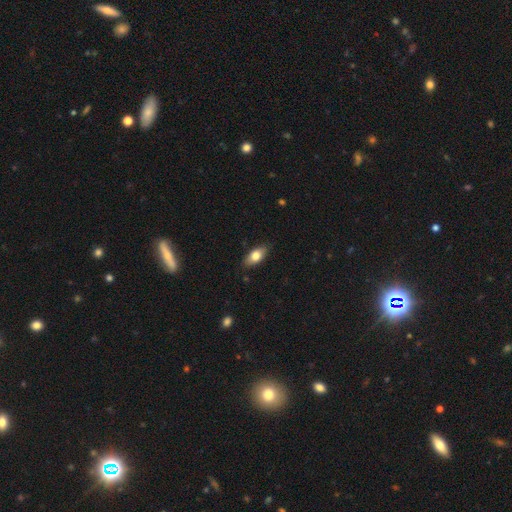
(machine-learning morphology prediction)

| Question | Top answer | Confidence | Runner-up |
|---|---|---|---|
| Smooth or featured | smooth | 75% | featured or disk (19%) |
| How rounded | in between | 86% | cigar-shaped (10%) |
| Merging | none | 85% | minor disturbance (12%) |